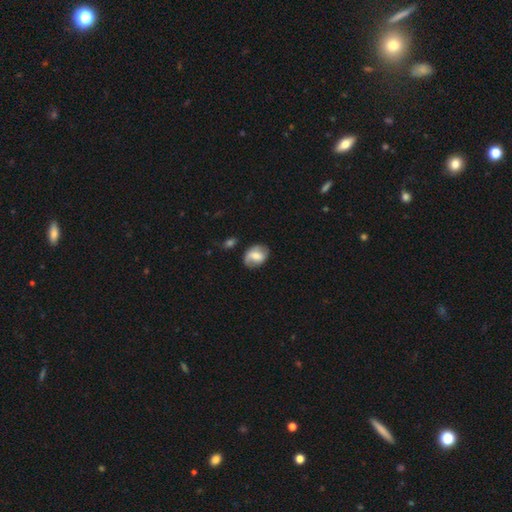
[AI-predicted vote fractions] A smooth galaxy with no disk features (52%) that is in between round and cigar-shaped (66%).

Vote fractions:
- Smooth or featured? smooth: 52% / featured or disk: 40% / star or artifact: 8%
- How rounded? in between: 66% / round: 33% / cigar-shaped: 1%
- Merging? none: 63% / minor disturbance: 25% / major disturbance: 9% / merger: 3%